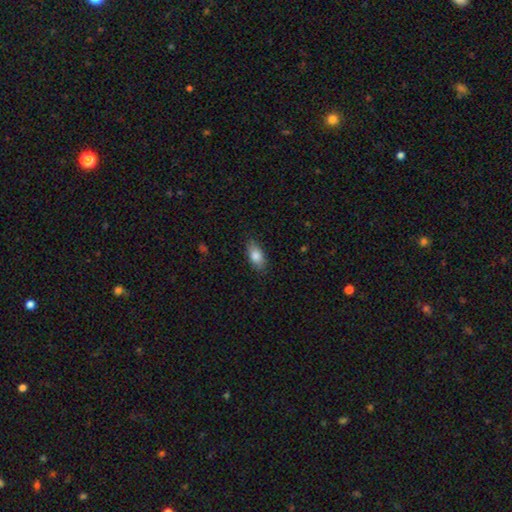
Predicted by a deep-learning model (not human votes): smooth 84%, featured or disk 9%, star or artifact 7%. Down the decision tree: how rounded — in between (89%); merging — none (84%).